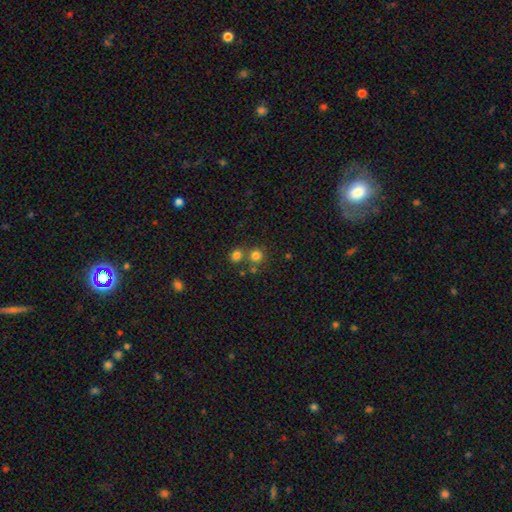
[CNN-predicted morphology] This appears to be a smooth galaxy with no disk features (78%) that is round (91%). Merging: none (65%).